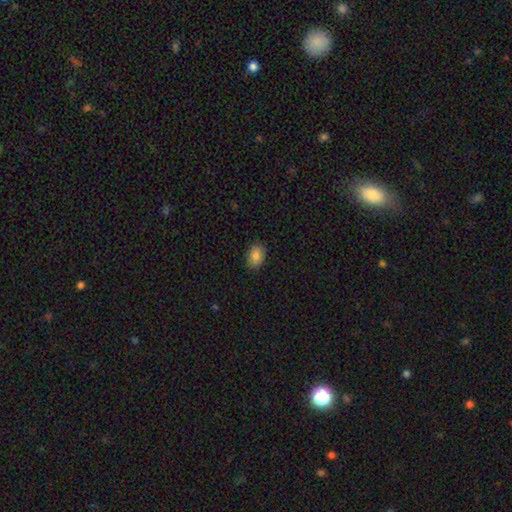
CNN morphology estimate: smooth-or-featured: smooth: 87% | star or artifact: 8% | featured or disk: 6%
  how-rounded: in between: 83% | round: 16% | cigar-shaped: 1%
  merging: none: 87% | minor disturbance: 10% | major disturbance: 2% | merger: 1%